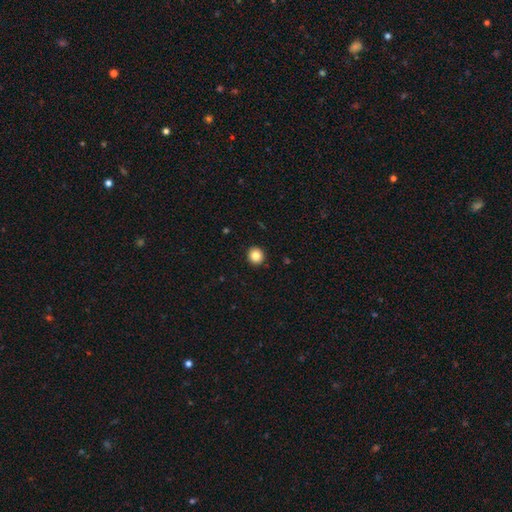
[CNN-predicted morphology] A smooth galaxy with no disk features (83%) that is round (92%). Merging: none (93%).